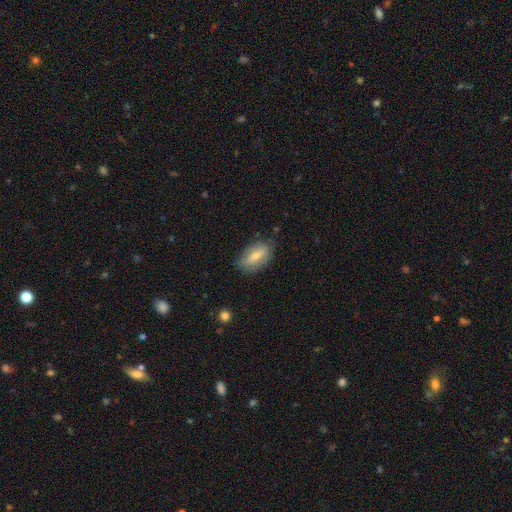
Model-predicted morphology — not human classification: This appears to be a smooth galaxy with no disk features (56%) that is in between round and cigar-shaped (86%). Merging: none (77%).